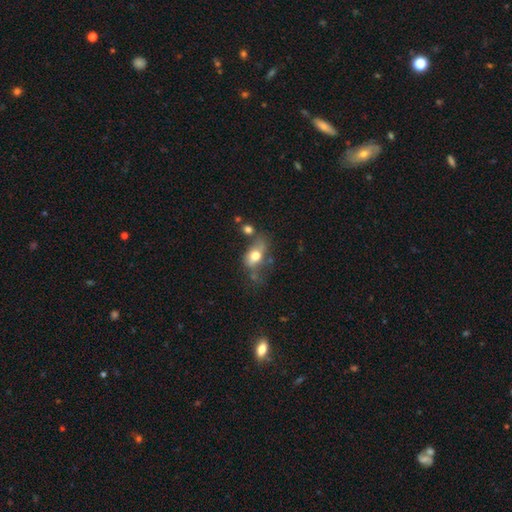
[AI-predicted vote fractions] smooth 64%, featured or disk 27%, star or artifact 9%. Down the decision tree: how rounded — in between (79%); merging — none (39%).